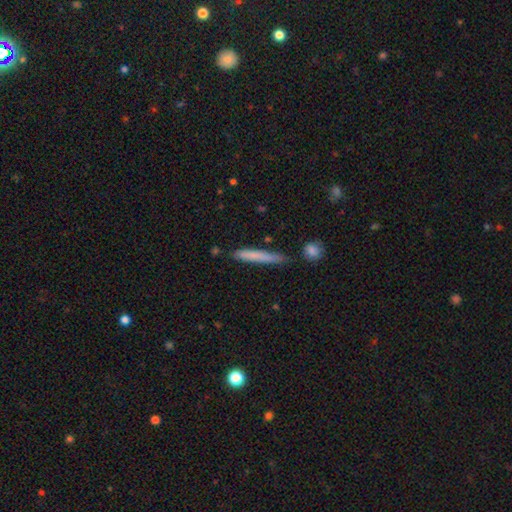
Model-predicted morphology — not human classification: Smooth or featured? smooth (73%)
How rounded? cigar-shaped (96%)
Merging? none (79%)